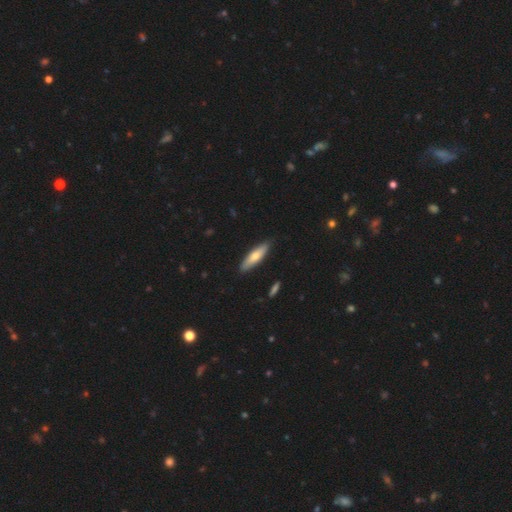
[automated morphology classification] The model was most divided on "smooth or featured": smooth: 67%, featured or disk: 28%, star or artifact: 5%. More confident: merging — none (87%); how rounded — cigar-shaped (70%).